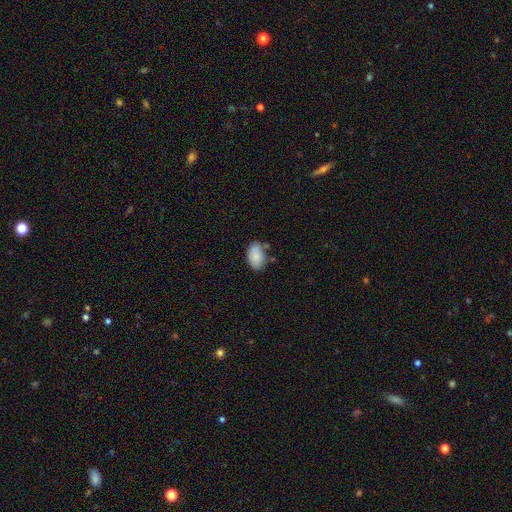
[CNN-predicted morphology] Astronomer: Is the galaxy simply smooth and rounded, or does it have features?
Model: smooth — 85%.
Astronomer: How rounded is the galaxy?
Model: in between — 93%.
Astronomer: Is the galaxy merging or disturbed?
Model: none — 69%.